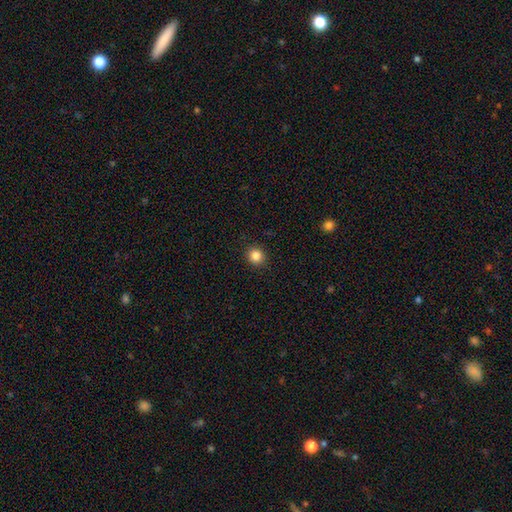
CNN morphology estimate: This appears to be a smooth galaxy with no disk features (85%) that is round (91%). Merging: none (92%).